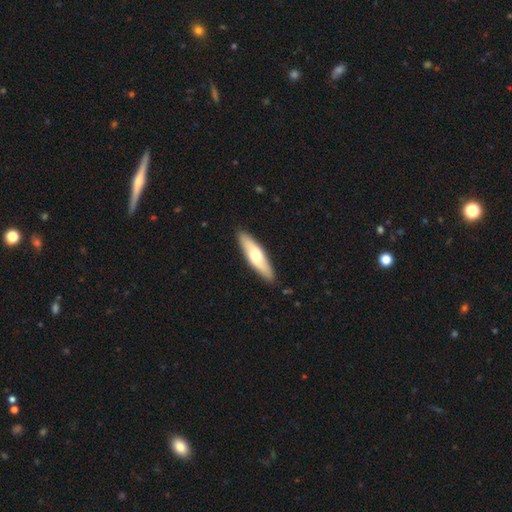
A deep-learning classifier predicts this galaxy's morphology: This is possibly a smooth galaxy (57%). How rounded: likely cigar-shaped (65%). Merging: clearly none (89%).